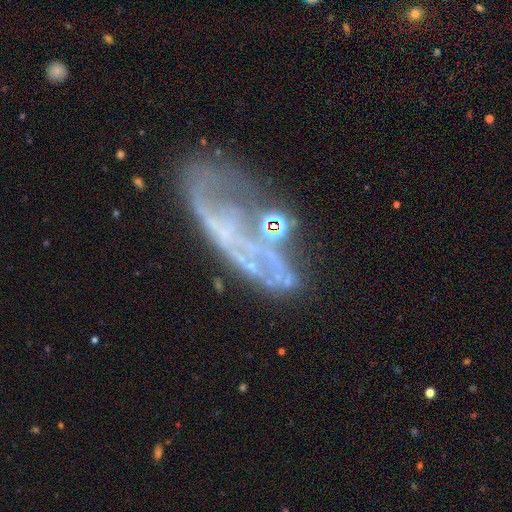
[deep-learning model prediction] Overall: featured or disk (67%). Edge-on disk: no (88%). Bar: no (70%). Spiral arms: no (54%; yes 46%). Bulge size: none (63%; small 25%). Merging: major disturbance (35%; none 34%).